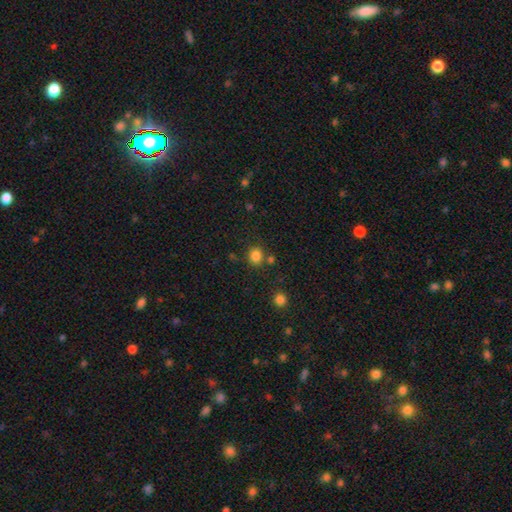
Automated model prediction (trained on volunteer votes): Q: Smooth or featured?
A: smooth (83%); runner-up: star or artifact (13%)
Q: How rounded?
A: round (73%); runner-up: in between (26%)
Q: Merging?
A: none (75%); runner-up: minor disturbance (11%)